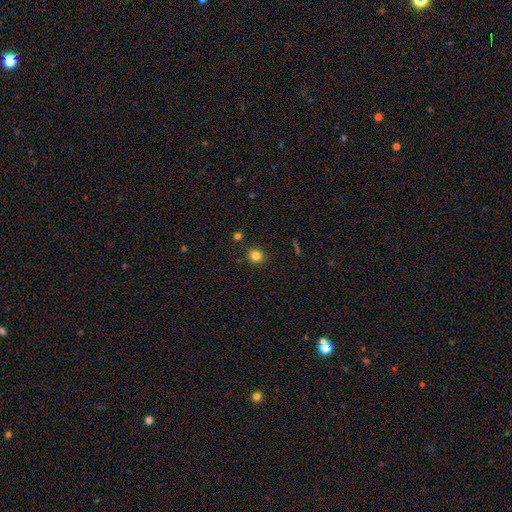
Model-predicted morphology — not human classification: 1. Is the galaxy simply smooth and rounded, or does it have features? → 81% smooth, 13% star or artifact, 6% featured or disk.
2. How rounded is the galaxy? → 77% round, 22% in between, 1% cigar-shaped.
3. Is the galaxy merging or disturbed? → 87% none, 8% minor disturbance, 3% merger, 2% major disturbance.